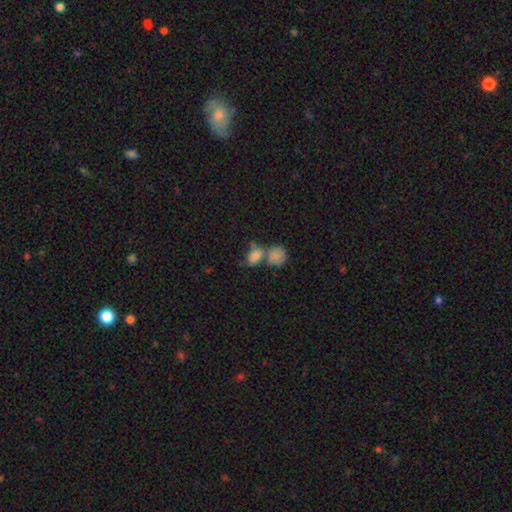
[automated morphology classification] A smooth galaxy with no disk features (82%) that is in between round and cigar-shaped (73%).

Vote fractions:
- Smooth or featured? smooth: 82% / featured or disk: 9% / star or artifact: 9%
- How rounded? in between: 73% / round: 24% / cigar-shaped: 2%
- Merging? merger: 59% / none: 28% / minor disturbance: 9% / major disturbance: 5%